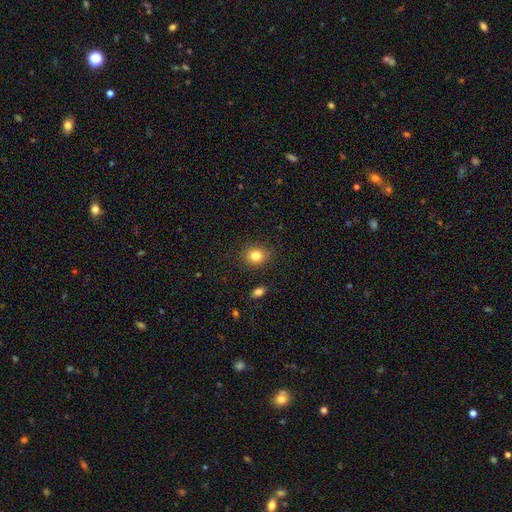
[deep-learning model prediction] Q: Smooth or featured?
A: smooth (82%); runner-up: star or artifact (11%)
Q: How rounded?
A: round (71%); runner-up: in between (28%)
Q: Merging?
A: none (87%); runner-up: minor disturbance (9%)